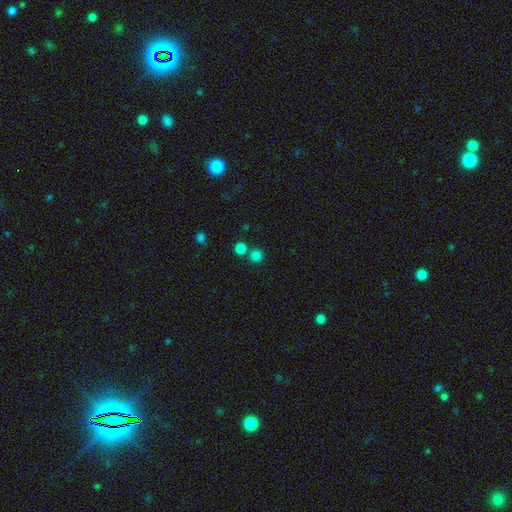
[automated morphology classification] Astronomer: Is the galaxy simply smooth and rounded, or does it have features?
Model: smooth — 79%.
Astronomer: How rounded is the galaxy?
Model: round — 92%.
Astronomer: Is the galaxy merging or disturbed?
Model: none — 70%.